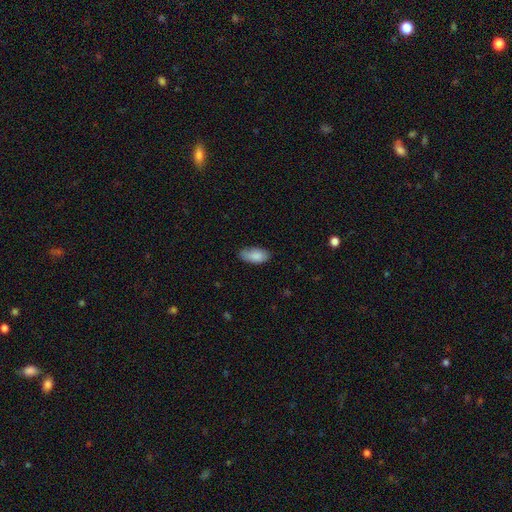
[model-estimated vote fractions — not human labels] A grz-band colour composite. It shows a smooth galaxy with no disk features (87%) that is in between round and cigar-shaped (92%). Merging: none (77%).